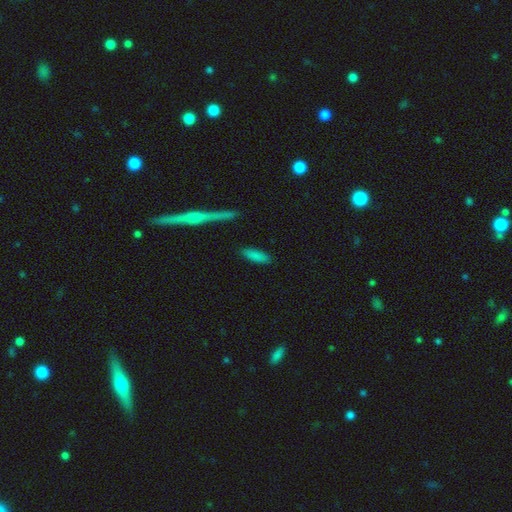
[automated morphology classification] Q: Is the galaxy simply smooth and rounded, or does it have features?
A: smooth — 85%.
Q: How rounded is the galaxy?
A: cigar-shaped — 49%, tied with in between.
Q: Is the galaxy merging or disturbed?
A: none — 85%.